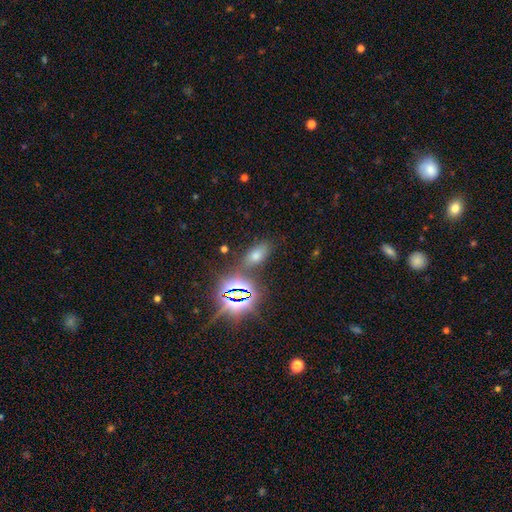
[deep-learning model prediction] smooth-or-featured: smooth: 49% | star or artifact: 40% | featured or disk: 10%
  merging: none: 75% | minor disturbance: 12% | merger: 8% | major disturbance: 5%